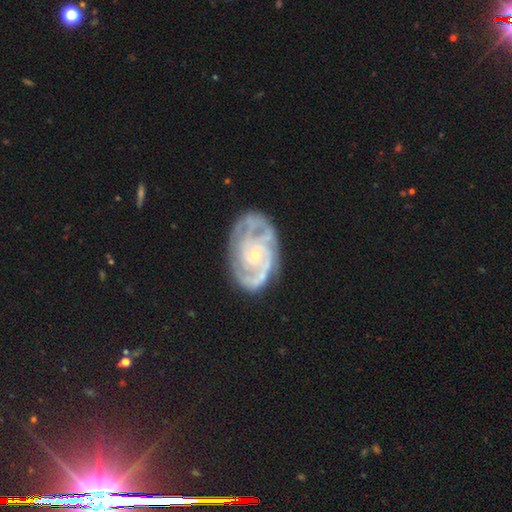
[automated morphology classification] type=featured or disk (88%); edge-on=no (97%); bar=no (73%); spiral arms=yes (96%); winding=tight (58%); arm count=2 (38%); bulge=small (76%); merging=none (70%).